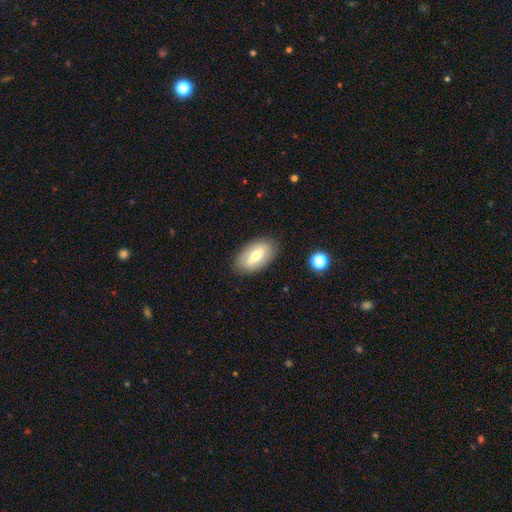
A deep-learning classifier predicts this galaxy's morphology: Smooth or featured? smooth (56%)
How rounded? in between (91%)
Merging? none (84%)